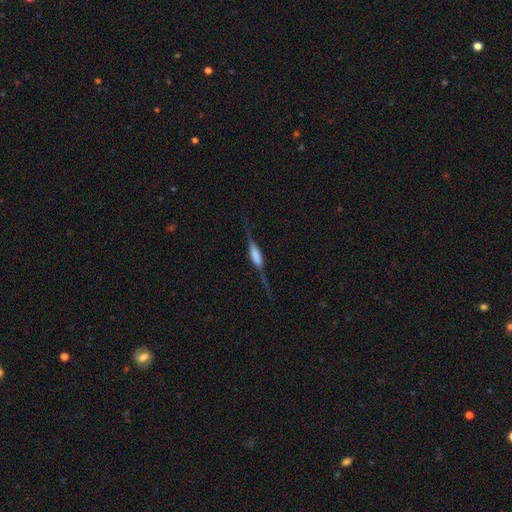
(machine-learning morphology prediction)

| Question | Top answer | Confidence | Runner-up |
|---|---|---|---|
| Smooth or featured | featured or disk | 72% | smooth (21%) |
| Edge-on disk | yes | 96% | no (4%) |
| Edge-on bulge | boxy | 58% | rounded (35%) |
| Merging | none | 76% | minor disturbance (16%) |